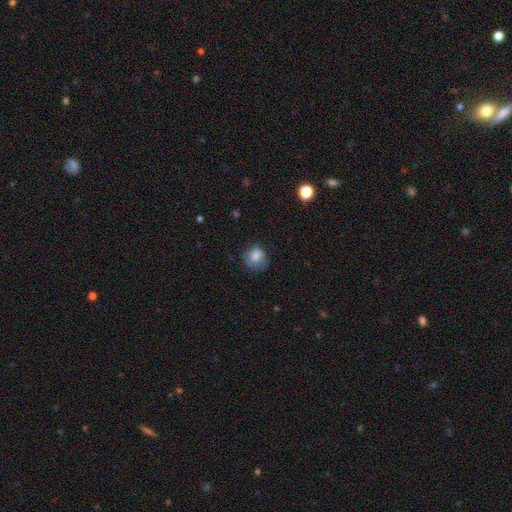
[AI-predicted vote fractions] Smooth or featured?
  - smooth: 76% *
  - featured or disk: 15%
  - star or artifact: 9%
How rounded?
  - round: 71% *
  - in between: 28%
  - cigar-shaped: 1%
Merging?
  - none: 61% *
  - minor disturbance: 26%
  - major disturbance: 11%
  - merger: 1%